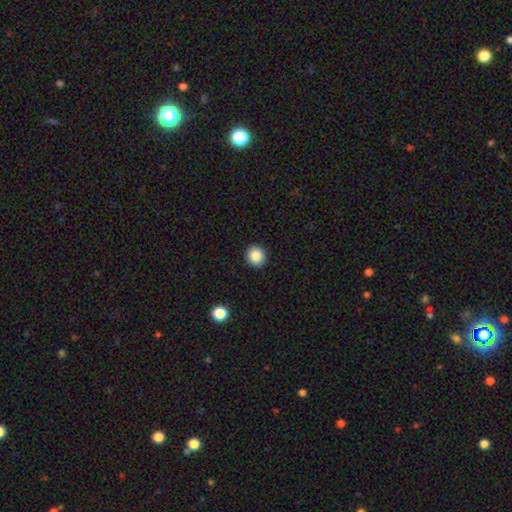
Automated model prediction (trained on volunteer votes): The model was most divided on "smooth or featured": smooth: 87%, star or artifact: 9%, featured or disk: 4%. More confident: merging — none (92%); how rounded — round (89%).